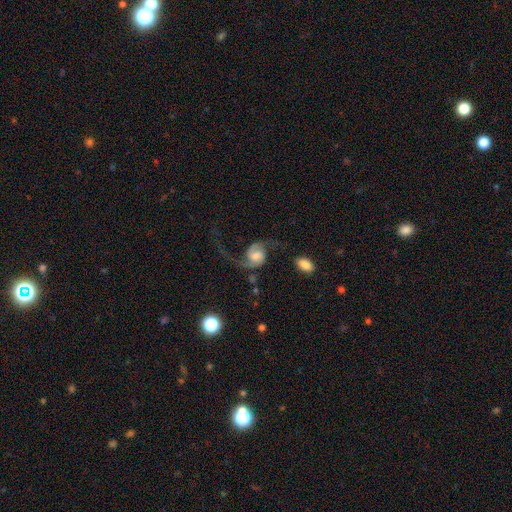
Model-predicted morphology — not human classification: Smooth or featured?
  - featured or disk: 84% *
  - smooth: 10%
  - star or artifact: 6%
Edge-on disk?
  - no: 98% *
  - yes: 2%
Bar?
  - no: 58% *
  - weak: 34%
  - strong: 8%
Spiral arms?
  - yes: 96% *
  - no: 4%
Spiral winding?
  - loose: 69% *
  - medium: 25%
  - tight: 6%
Spiral arm count?
  - 2: 90% *
  - 1: 5%
  - can't tell: 2%
  - 3: 1%
  - 4: 1%
  - more than 4: 1%
Bulge size?
  - moderate: 43% *
  - large: 22%
  - small: 21%
  - none: 10%
  - dominant: 5%
Merging?
  - none: 49% *
  - major disturbance: 30%
  - minor disturbance: 15%
  - merger: 6%